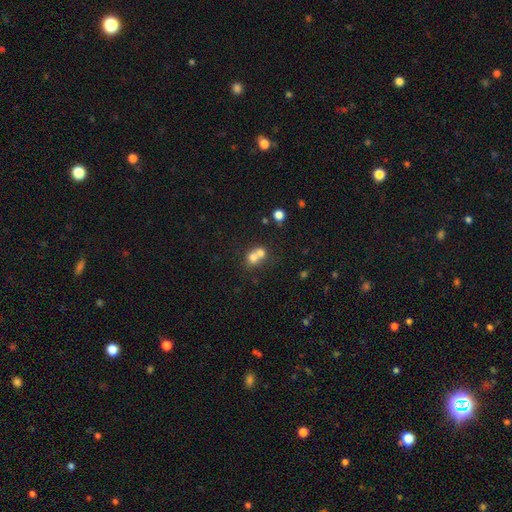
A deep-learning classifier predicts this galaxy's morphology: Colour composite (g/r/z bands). It shows a smooth galaxy with no disk features (70%) that is round (71%). Merging: merger (66%).